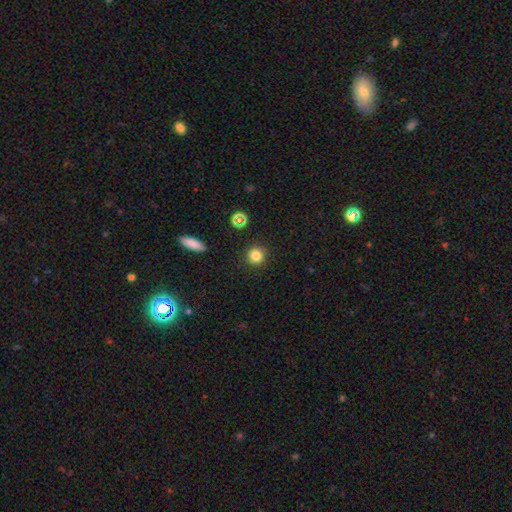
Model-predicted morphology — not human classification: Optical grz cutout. It shows a smooth galaxy with no disk features (81%) that is round (93%). Merging: none (91%).